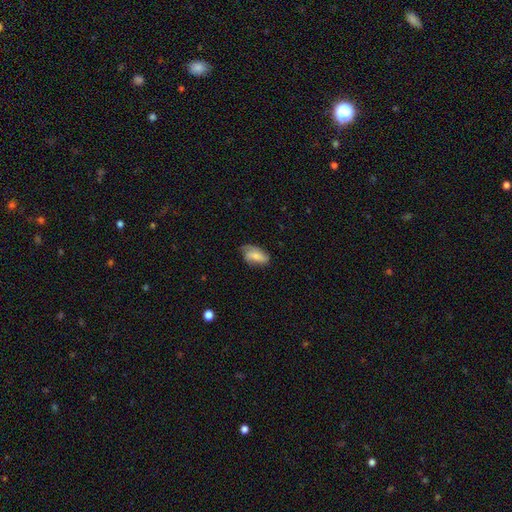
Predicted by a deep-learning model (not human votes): Q: Smooth or featured?
A: smooth (57%); runner-up: featured or disk (36%)
Q: How rounded?
A: in between (90%); runner-up: round (5%)
Q: Merging?
A: none (61%); runner-up: minor disturbance (29%)